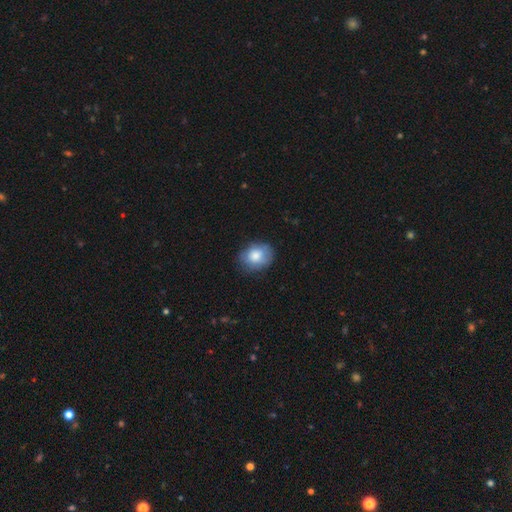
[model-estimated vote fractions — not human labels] Smooth or featured: smooth — 78% (featured or disk — 14%)
How rounded: round — 55% (in between — 44%)
Merging: none — 74% (minor disturbance — 20%)